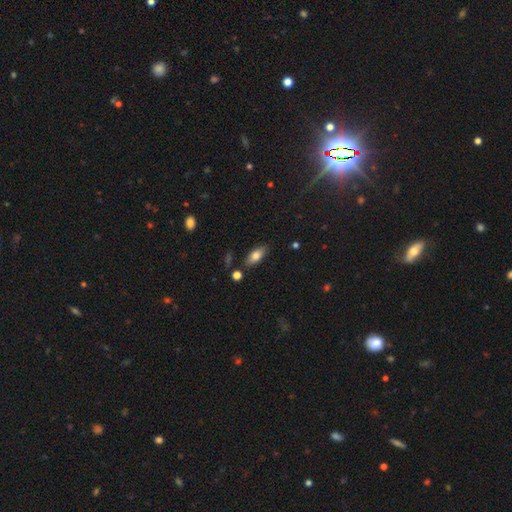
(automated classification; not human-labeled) Q: Smooth or featured?
A: smooth (74%); runner-up: featured or disk (19%)
Q: How rounded?
A: in between (81%); runner-up: cigar-shaped (16%)
Q: Merging?
A: none (81%); runner-up: minor disturbance (12%)